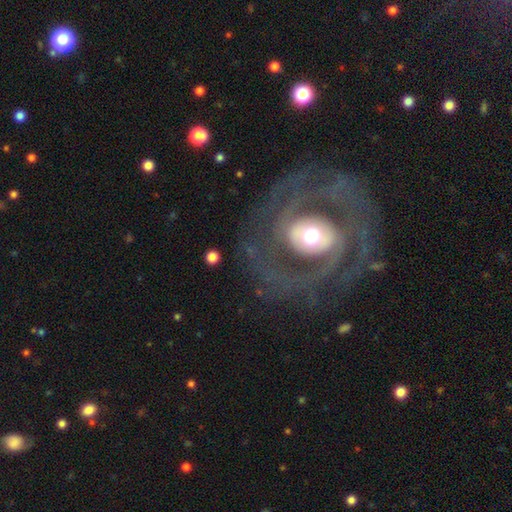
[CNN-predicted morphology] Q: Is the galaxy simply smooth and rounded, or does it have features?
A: featured or disk — 83%.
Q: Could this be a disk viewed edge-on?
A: no — 96%.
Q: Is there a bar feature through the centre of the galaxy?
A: no — 41%.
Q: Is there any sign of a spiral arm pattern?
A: yes — 81%.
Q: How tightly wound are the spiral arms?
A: tight — 51%.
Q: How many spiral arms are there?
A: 2 — 67%.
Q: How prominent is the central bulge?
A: moderate — 52%.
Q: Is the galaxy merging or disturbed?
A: none — 77%.